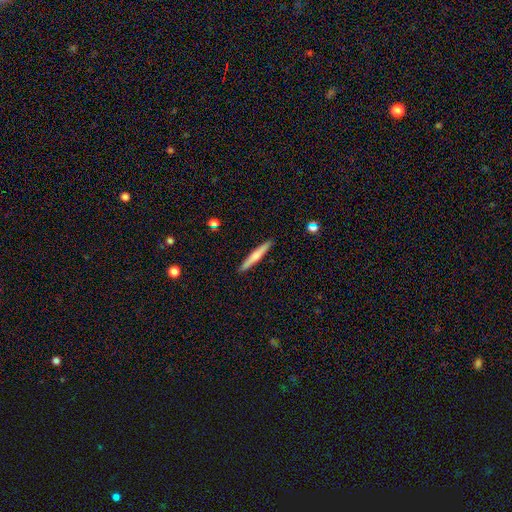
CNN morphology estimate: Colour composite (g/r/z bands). It shows a smooth galaxy with no disk features (60%) that is cigar-shaped (95%). Merging: none (91%).